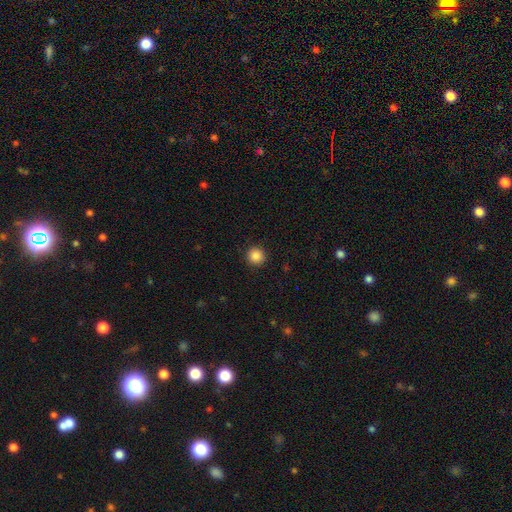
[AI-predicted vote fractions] This appears to be a smooth galaxy with no disk features (87%) that is round (95%). Merging: none (92%).